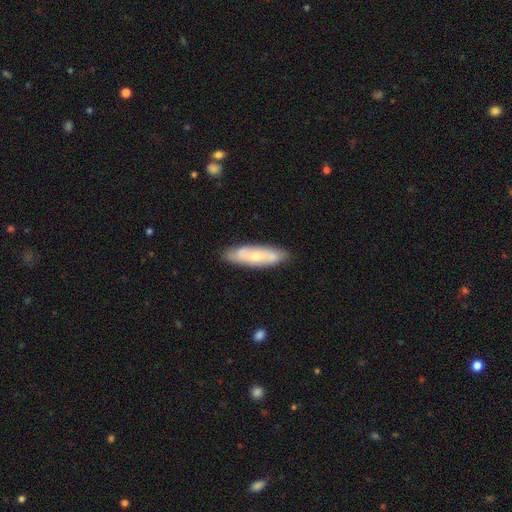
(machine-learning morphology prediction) This is possibly a smooth galaxy (48%). Merging: clearly none (84%).